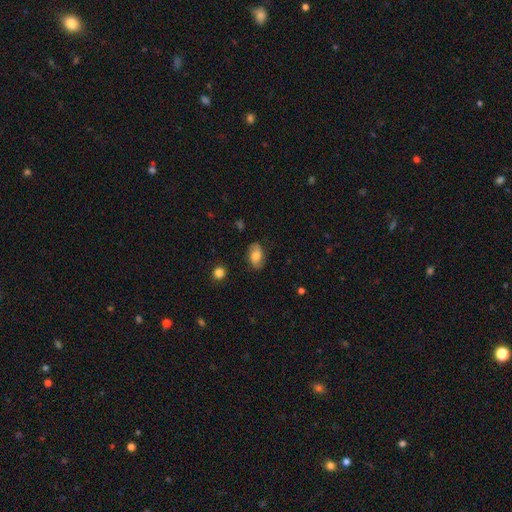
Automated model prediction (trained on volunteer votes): The model was most divided on "smooth or featured": smooth: 60%, featured or disk: 32%, star or artifact: 9%. More confident: how rounded — in between (88%); merging — none (80%).